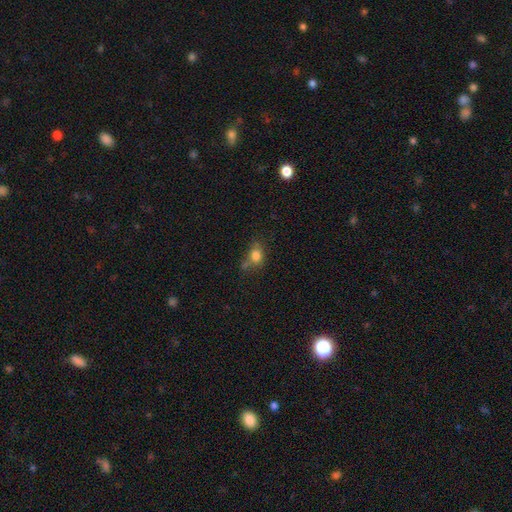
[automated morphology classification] Smooth or featured: smooth — 78% (star or artifact — 12%)
How rounded: in between — 52% (round — 46%)
Merging: none — 49% (minor disturbance — 25%)